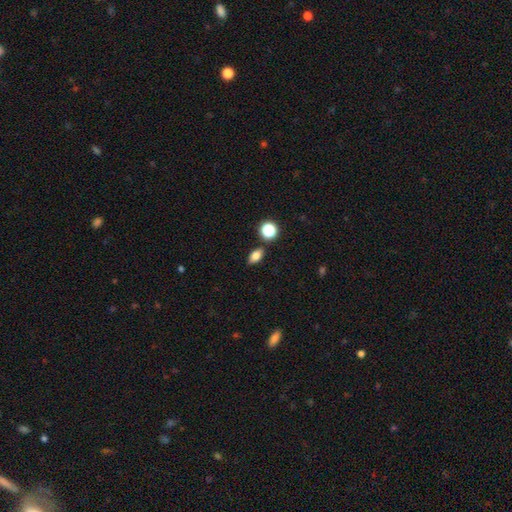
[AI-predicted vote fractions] smooth_or_featured: smooth (p=0.78) [alt: star or artifact p=0.11]
how_rounded: in between (p=0.80) [alt: round p=0.14]
merging: none (p=0.83) [alt: minor disturbance p=0.10]